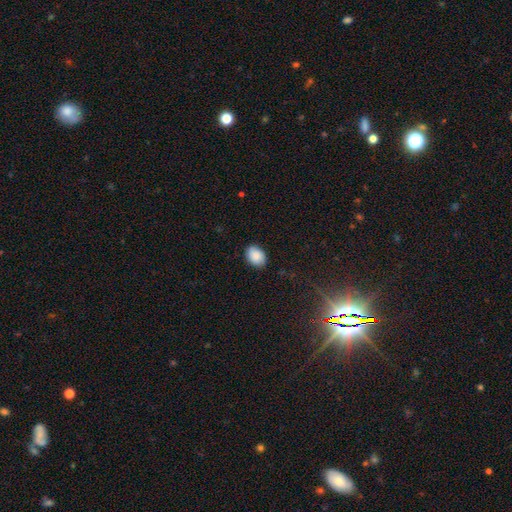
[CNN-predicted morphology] Smooth or featured?
  - smooth: 90% *
  - star or artifact: 7%
  - featured or disk: 3%
How rounded?
  - in between: 73% *
  - round: 26%
  - cigar-shaped: 1%
Merging?
  - none: 87% *
  - minor disturbance: 10%
  - major disturbance: 2%
  - merger: 1%